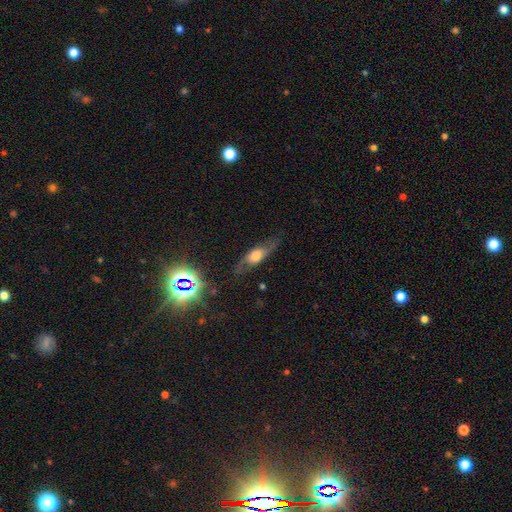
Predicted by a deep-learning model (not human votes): Smooth or featured?
  - featured or disk: 56% *
  - smooth: 34%
  - star or artifact: 10%
Edge-on disk?
  - yes: 51% *
  - no: 49%
Merging?
  - none: 70% *
  - minor disturbance: 19%
  - major disturbance: 9%
  - merger: 2%